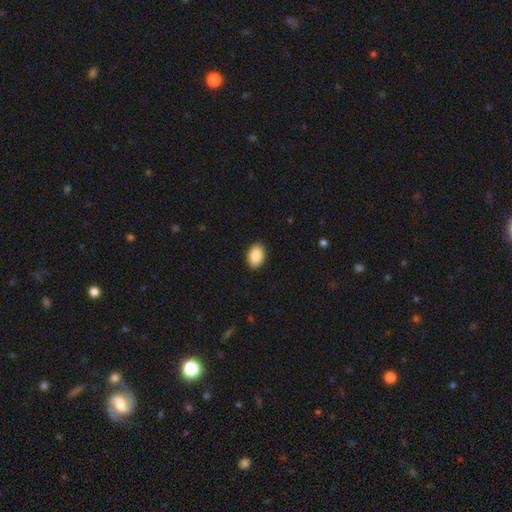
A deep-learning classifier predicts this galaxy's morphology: This appears to be a smooth galaxy with no disk features (90%) that is in between round and cigar-shaped (88%). Merging: none (91%).